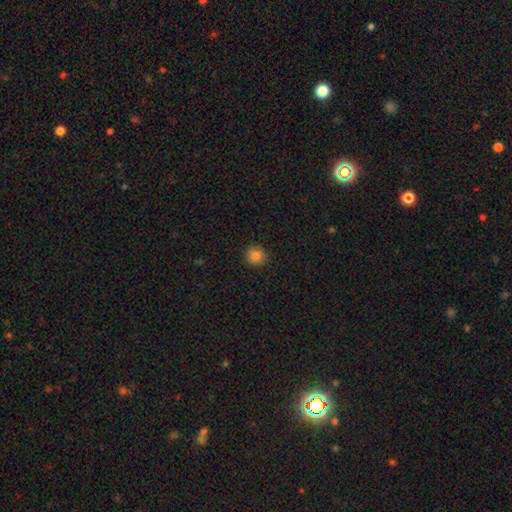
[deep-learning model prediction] smooth_or_featured: smooth (p=0.85) [alt: star or artifact p=0.11]
how_rounded: round (p=0.90) [alt: in between p=0.09]
merging: none (p=0.89) [alt: minor disturbance p=0.08]